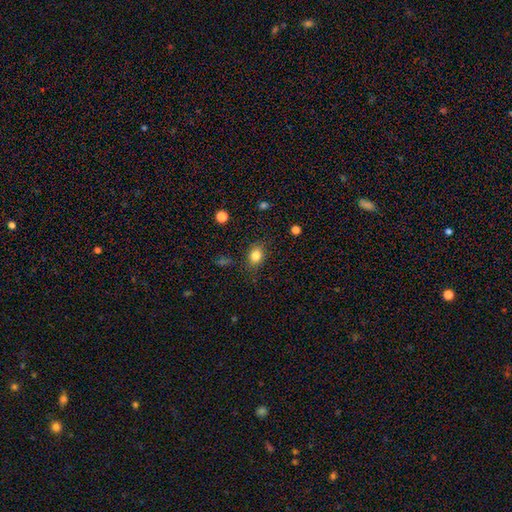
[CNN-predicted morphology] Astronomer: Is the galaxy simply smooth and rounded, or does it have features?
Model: smooth — 82%.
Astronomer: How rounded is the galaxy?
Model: in between — 59% (runner-up: round, 40%).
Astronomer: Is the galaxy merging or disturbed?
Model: none — 79%.